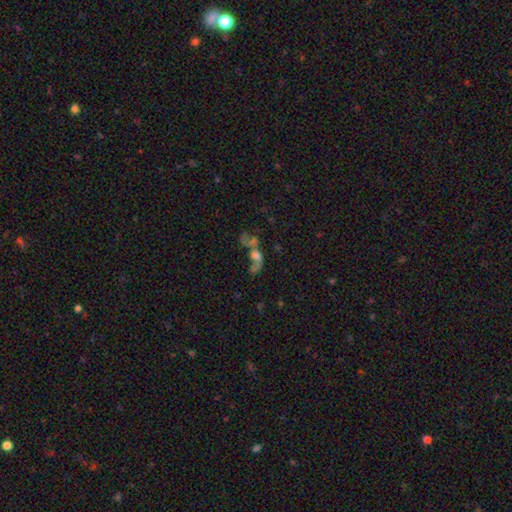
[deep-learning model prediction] This is marginally a featured or disk galaxy (42%). Merging: possibly merger (56%).